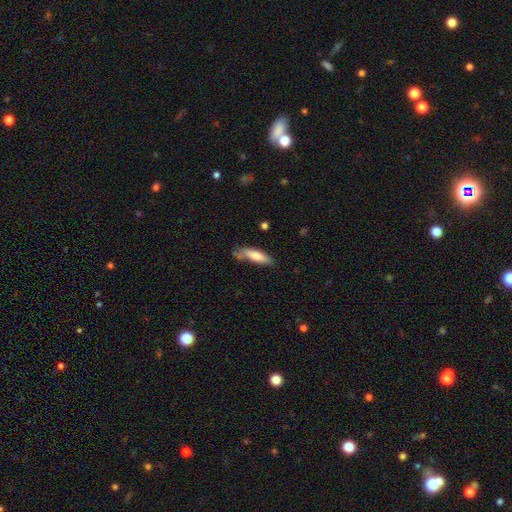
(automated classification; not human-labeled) Overall: smooth (75%). How rounded: cigar-shaped (60%; in between 38%). Merging: none (63%; minor disturbance 24%).